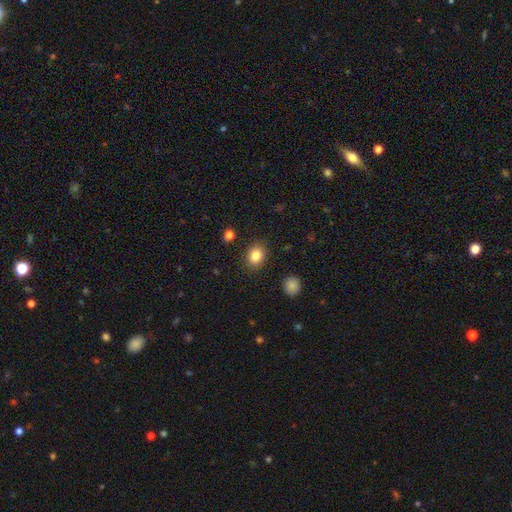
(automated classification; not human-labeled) A smooth galaxy with no disk features (84%) that is in between round and cigar-shaped (57%). Merging: none (86%).